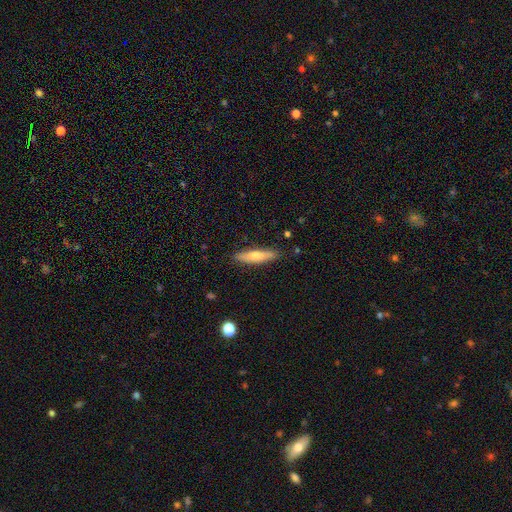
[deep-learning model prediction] Smooth or featured? Predicted: smooth (p=0.61). How rounded? Predicted: cigar-shaped (p=0.81). Merging? Predicted: none (p=0.87).